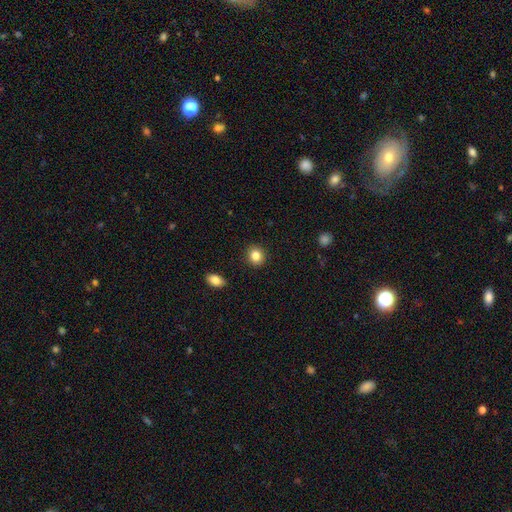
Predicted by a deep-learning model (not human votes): The model was most divided on "how rounded": round: 80%, in between: 19%, cigar-shaped: 1%. More confident: merging — none (91%); smooth or featured — smooth (85%).